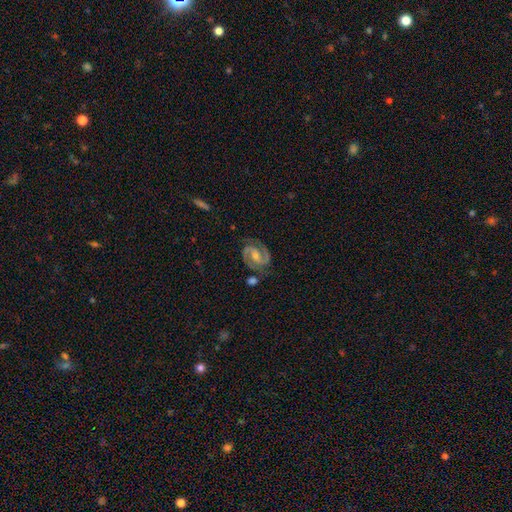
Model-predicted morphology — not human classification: smooth-or-featured: featured or disk: 90% | star or artifact: 6% | smooth: 4%
  disk-edge-on: no: 98% | yes: 2%
    bar: weak: 45% | no: 35% | strong: 21%
    has-spiral-arms: yes: 98% | no: 2%
      spiral-winding: medium: 49% | tight: 45% | loose: 7%
      spiral-arm-count: 2: 93% | 3: 2% | can't tell: 2% | 1: 1% | 4: 1% | more than 4: 1%
    bulge-size: moderate: 55% | small: 38% | none: 3% | large: 3% | dominant: 1%
  merging: none: 80% | minor disturbance: 13% | major disturbance: 4% | merger: 3%